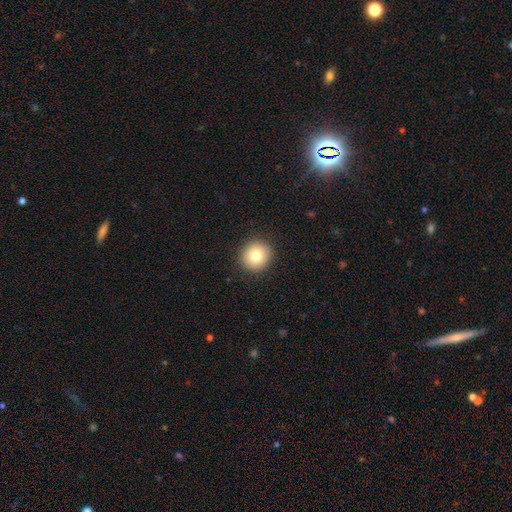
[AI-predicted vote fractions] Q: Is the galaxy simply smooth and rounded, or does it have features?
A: smooth — 80%.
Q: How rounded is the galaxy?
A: round — 92%.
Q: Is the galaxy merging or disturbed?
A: none — 92%.